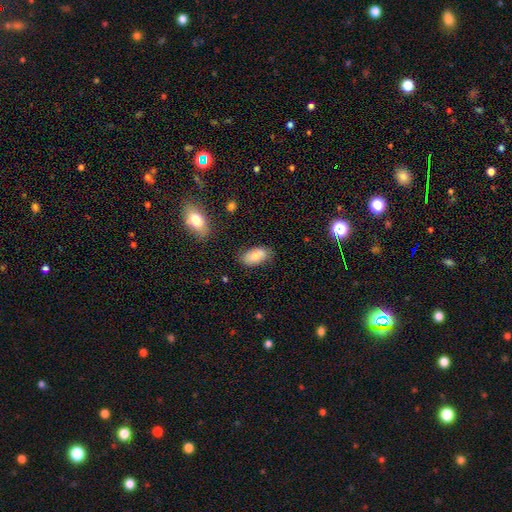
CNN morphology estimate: smooth 78%, featured or disk 14%, star or artifact 7%. Down the decision tree: how rounded — in between (94%); merging — none (78%).